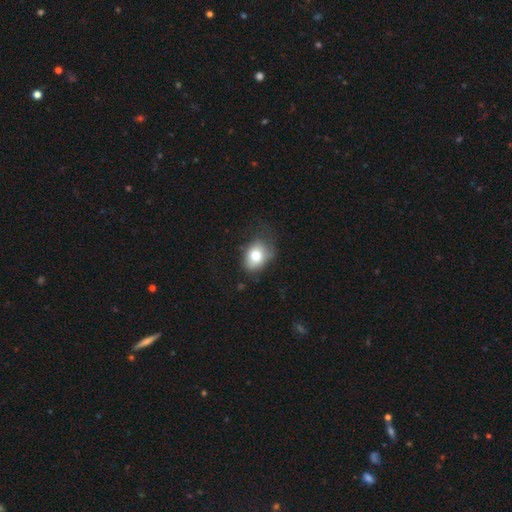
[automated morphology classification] smooth_or_featured: smooth (p=0.74) [alt: featured or disk p=0.17]
how_rounded: in between (p=0.66) [alt: round p=0.33]
merging: none (p=0.51) [alt: minor disturbance p=0.31]